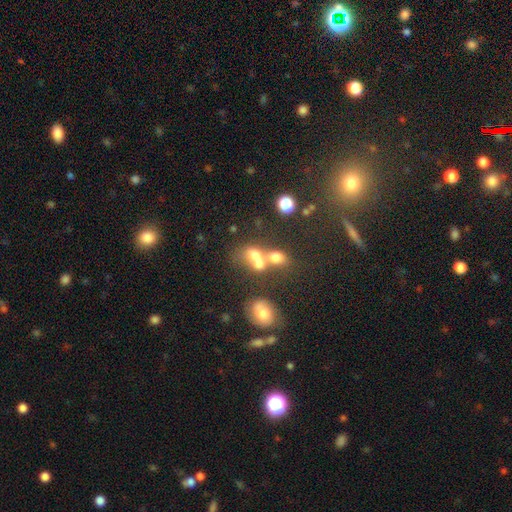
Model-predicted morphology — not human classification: Smooth or featured? smooth (61%)
How rounded? in between (60%)
Merging? merger (63%)